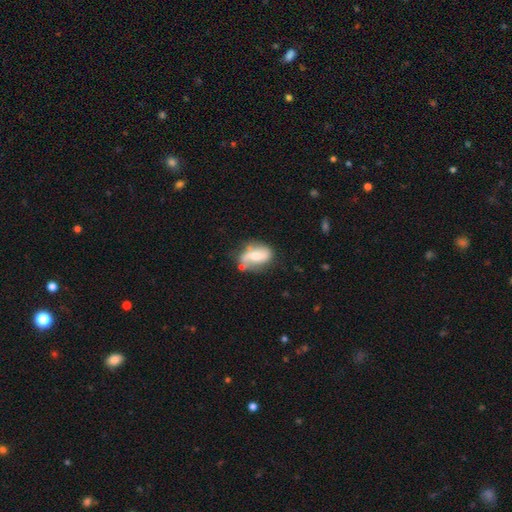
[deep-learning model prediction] Smooth or featured? featured or disk (61%)
Edge-on disk? no (94%)
Bar? no (44%)
Spiral arms? yes (80%)
Bulge size? moderate (54%)
Merging? none (52%)